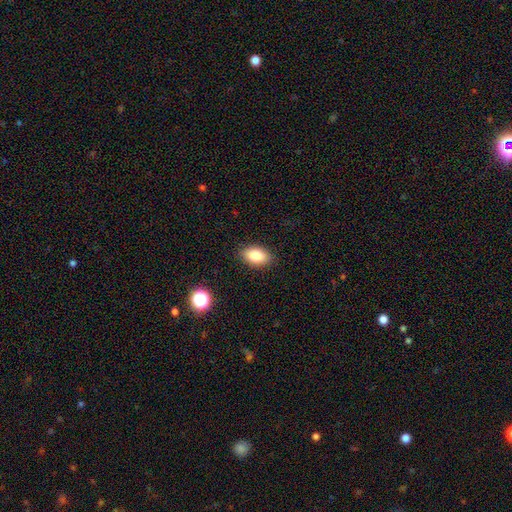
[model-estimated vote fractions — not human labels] smooth_or_featured: smooth (p=0.83) [alt: star or artifact p=0.09]
how_rounded: in between (p=0.89) [alt: round p=0.09]
merging: none (p=0.88) [alt: minor disturbance p=0.09]